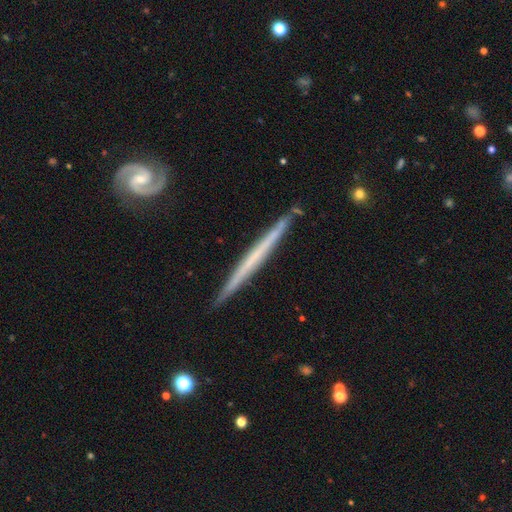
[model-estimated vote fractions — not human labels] This appears to be a featured or disk galaxy (67%) viewed edge-on (95%) with no central bulge (89%). Merging: none (88%).